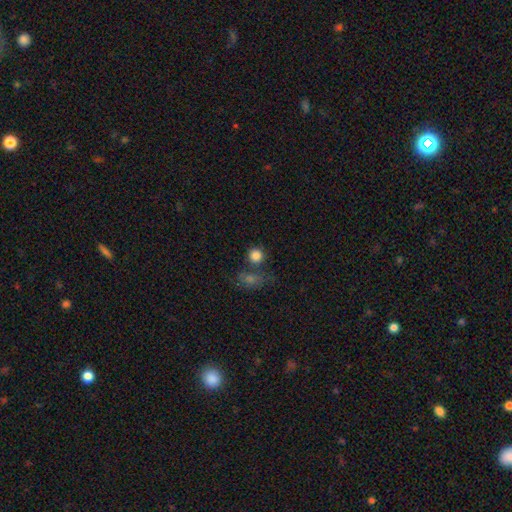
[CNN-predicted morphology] type=smooth (84%); roundness=round (89%); merging=none (65%).